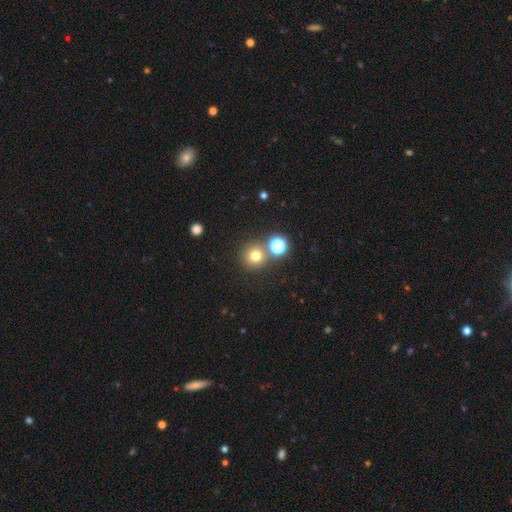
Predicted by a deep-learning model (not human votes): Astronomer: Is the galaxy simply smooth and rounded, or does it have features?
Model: smooth — 71%.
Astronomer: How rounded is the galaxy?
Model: round — 93%.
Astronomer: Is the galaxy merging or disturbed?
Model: none — 75%.